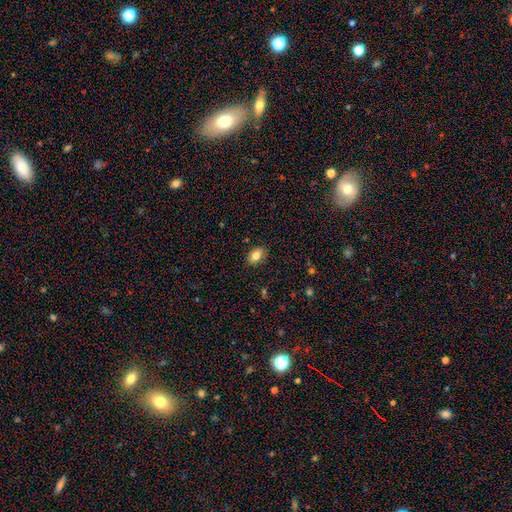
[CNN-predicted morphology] smooth 80%, featured or disk 12%, star or artifact 8%. Down the decision tree: how rounded — in between (86%); merging — none (86%).